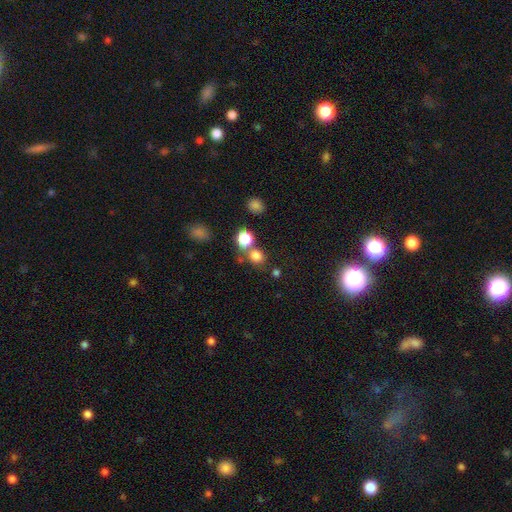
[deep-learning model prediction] A smooth galaxy with no disk features (78%) that is round (78%).

Vote fractions:
- Smooth or featured? smooth: 78% / star or artifact: 15% / featured or disk: 6%
- How rounded? round: 78% / in between: 21% / cigar-shaped: 1%
- Merging? none: 61% / merger: 27% / minor disturbance: 9% / major disturbance: 4%